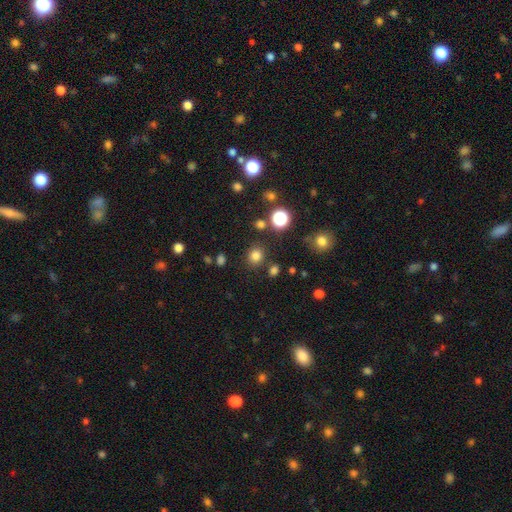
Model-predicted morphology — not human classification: Smooth or featured?
  - smooth: 79% *
  - star or artifact: 17%
  - featured or disk: 5%
How rounded?
  - round: 79% *
  - in between: 21%
  - cigar-shaped: 1%
Merging?
  - none: 83% *
  - minor disturbance: 9%
  - merger: 5%
  - major disturbance: 4%